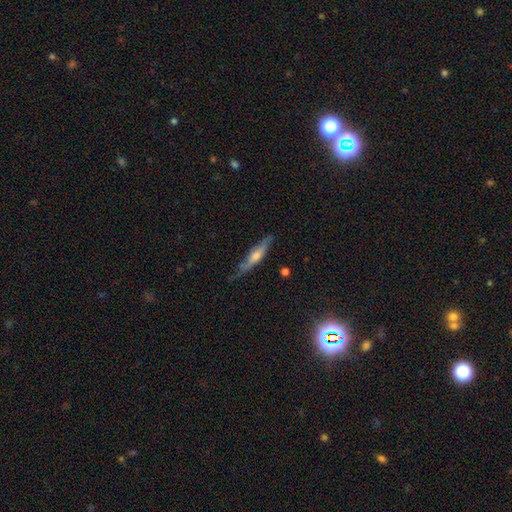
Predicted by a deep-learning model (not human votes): A featured or disk galaxy (56%) viewed edge-on (87%).

Vote fractions:
- Smooth or featured? featured or disk: 56% / smooth: 38% / star or artifact: 7%
- Edge-on disk? yes: 87% / no: 13%
- Merging? none: 70% / minor disturbance: 23% / major disturbance: 5% / merger: 2%